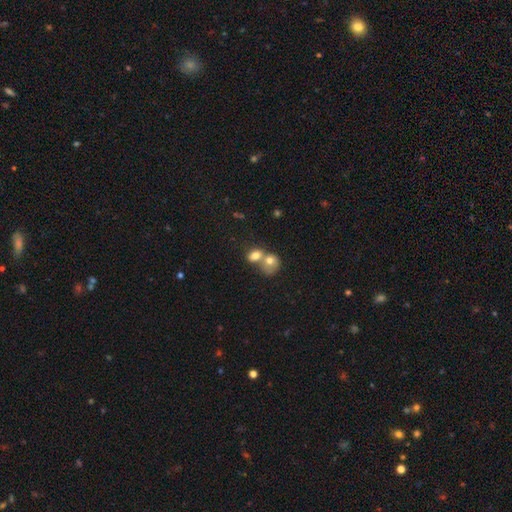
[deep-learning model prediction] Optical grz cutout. It shows a smooth galaxy with no disk features (74%) that is in between round and cigar-shaped (57%). Merging: merger (68%).